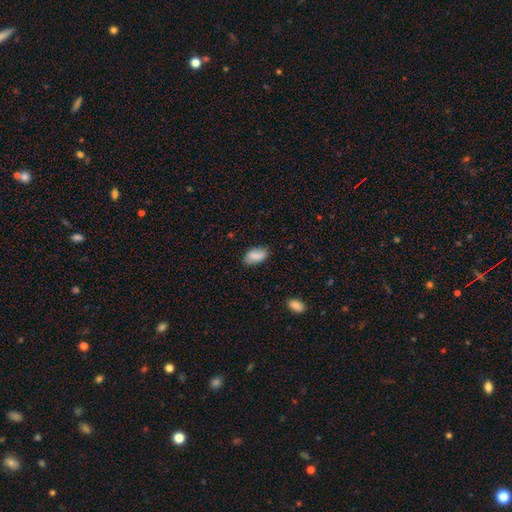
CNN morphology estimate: smooth_or_featured: smooth (p=0.78) [alt: featured or disk p=0.14]
how_rounded: in between (p=0.92) [alt: round p=0.05]
merging: none (p=0.78) [alt: minor disturbance p=0.17]